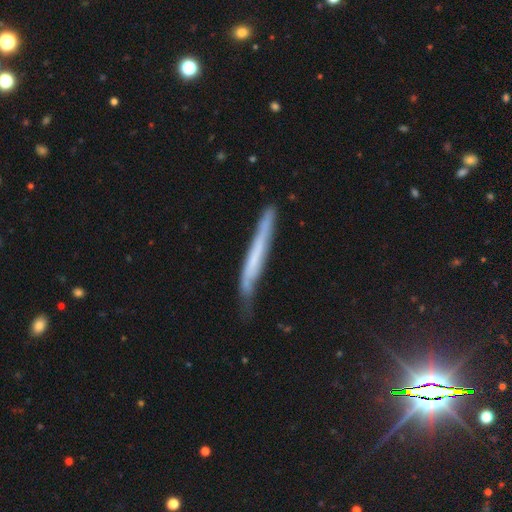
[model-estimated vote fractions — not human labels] This appears to be a featured or disk galaxy (51%) viewed edge-on (86%). Merging: none (60%).